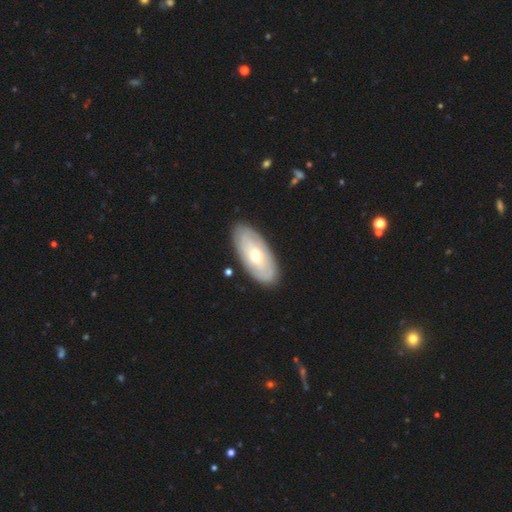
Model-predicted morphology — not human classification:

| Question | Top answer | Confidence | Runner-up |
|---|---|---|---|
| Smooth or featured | featured or disk | 53% | smooth (42%) |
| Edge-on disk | no | 87% | yes (13%) |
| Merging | none | 87% | minor disturbance (9%) |